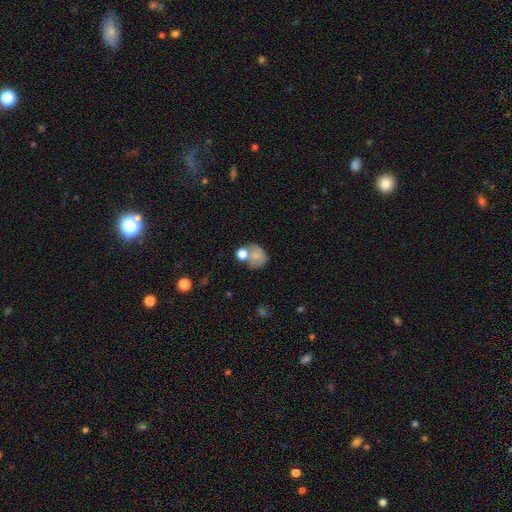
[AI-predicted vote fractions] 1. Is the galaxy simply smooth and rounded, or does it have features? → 70% smooth, 20% featured or disk, 11% star or artifact.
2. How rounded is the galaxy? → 68% round, 31% in between, 1% cigar-shaped.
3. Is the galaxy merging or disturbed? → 39% none, 30% merger, 19% minor disturbance, 12% major disturbance.